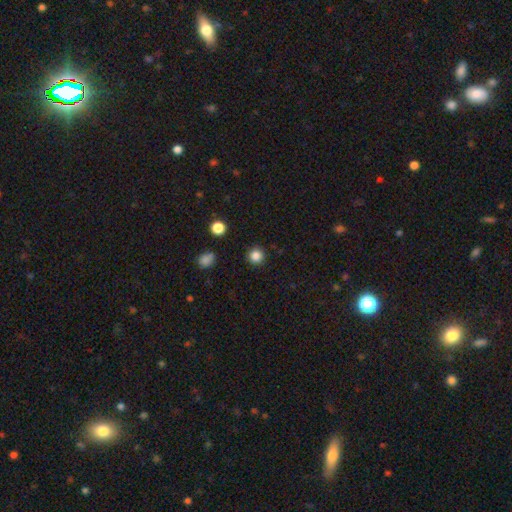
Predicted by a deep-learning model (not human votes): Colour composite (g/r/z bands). It shows a smooth galaxy with no disk features (84%) that is round (95%). Merging: none (91%).